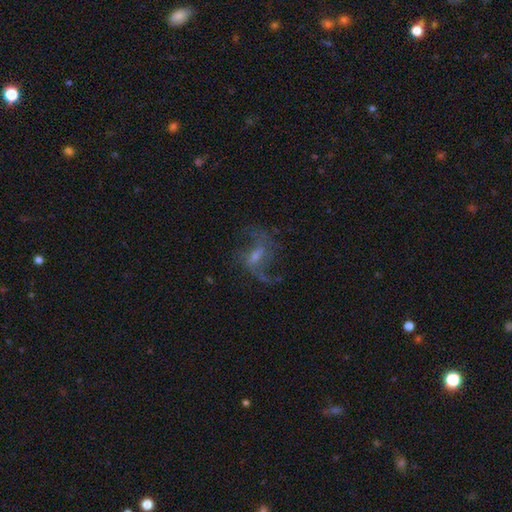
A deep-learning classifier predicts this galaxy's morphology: A featured or disk galaxy (79%) with a weak bar (54%), 2 (76%) loose (68%) spiral arms (91%) and a small central bulge (49%).

Vote fractions:
- Smooth or featured? featured or disk: 79% / star or artifact: 11% / smooth: 10%
- Edge-on disk? no: 96% / yes: 4%
- Bar? weak: 54% / no: 27% / strong: 20%
- Spiral arms? yes: 91% / no: 9%
- Spiral winding? loose: 68% / medium: 27% / tight: 5%
- Spiral arm count? 2: 76% / can't tell: 7% / 3: 6% / 1: 5% / 4: 2% / more than 4: 2%
- Bulge size? small: 49% / moderate: 34% / none: 13% / large: 4% / dominant: 1%
- Merging? none: 62% / major disturbance: 20% / minor disturbance: 15% / merger: 2%